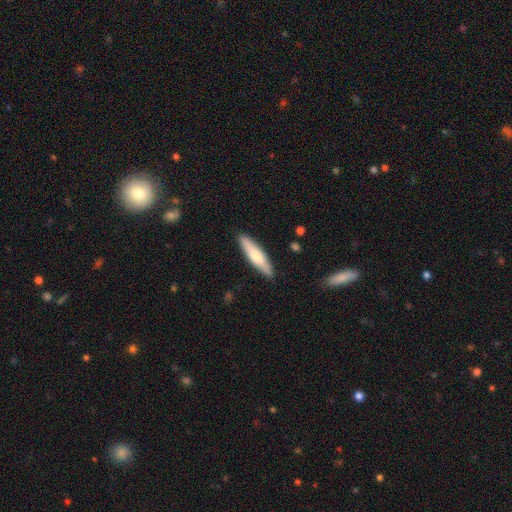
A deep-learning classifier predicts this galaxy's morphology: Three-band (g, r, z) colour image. It shows a smooth galaxy with no disk features (67%) that is cigar-shaped (77%). Merging: none (89%).